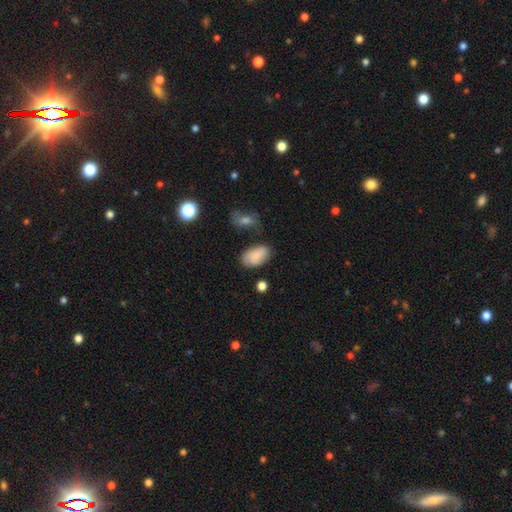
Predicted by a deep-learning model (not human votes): smooth 80%, featured or disk 12%, star or artifact 9%. Down the decision tree: how rounded — in between (92%); merging — none (64%).